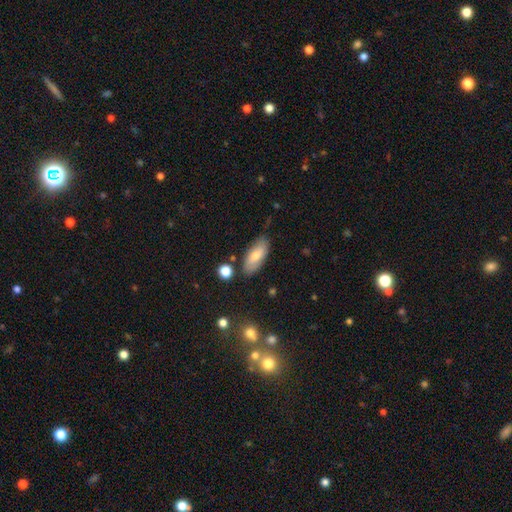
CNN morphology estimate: Smooth or featured? smooth (74%)
How rounded? in between (84%)
Merging? none (78%)